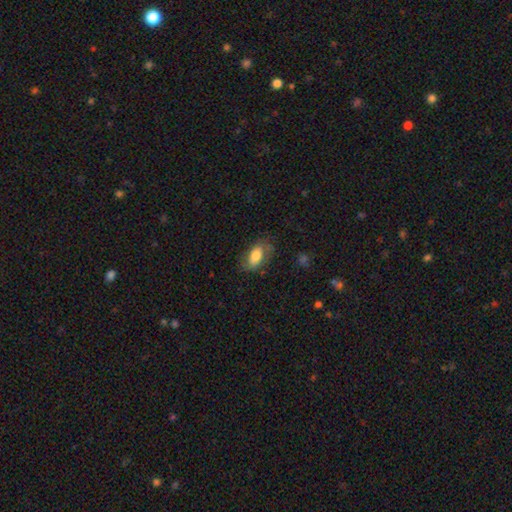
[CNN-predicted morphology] Smooth or featured? Predicted: smooth (p=0.71). How rounded? Predicted: in between (p=0.89). Merging? Predicted: none (p=0.65).